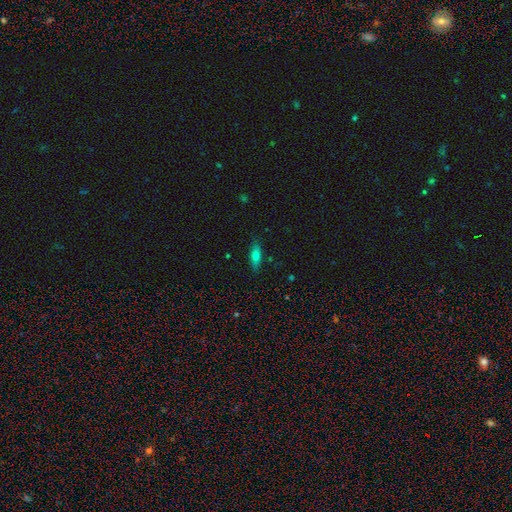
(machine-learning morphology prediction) This appears to be a smooth galaxy with no disk features (64%) that is cigar-shaped (51%). Merging: none (85%).